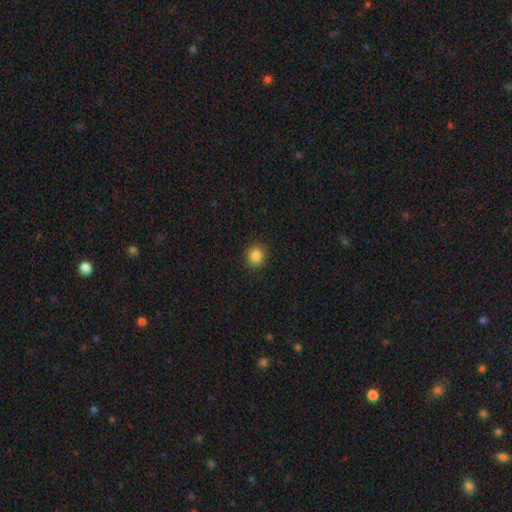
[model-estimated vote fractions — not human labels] Smooth or featured: smooth — 86% (star or artifact — 10%)
How rounded: round — 79% (in between — 20%)
Merging: none — 89% (minor disturbance — 8%)